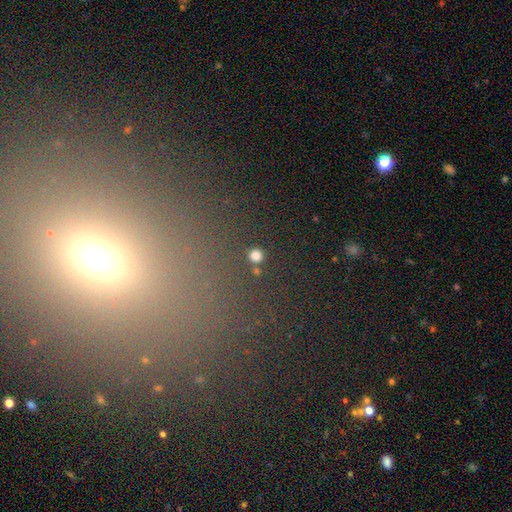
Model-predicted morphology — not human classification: This appears to be a smooth galaxy with no disk features (80%) that is round (94%). Merging: none (88%).